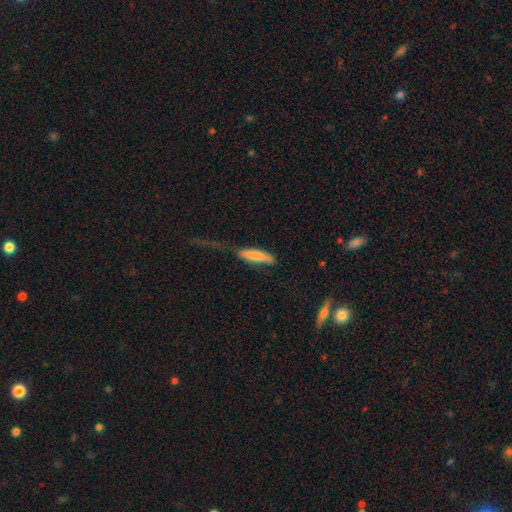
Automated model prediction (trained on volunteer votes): Q: Smooth or featured?
A: smooth (80%); runner-up: featured or disk (15%)
Q: How rounded?
A: cigar-shaped (70%); runner-up: in between (28%)
Q: Merging?
A: none (37%); runner-up: major disturbance (28%)